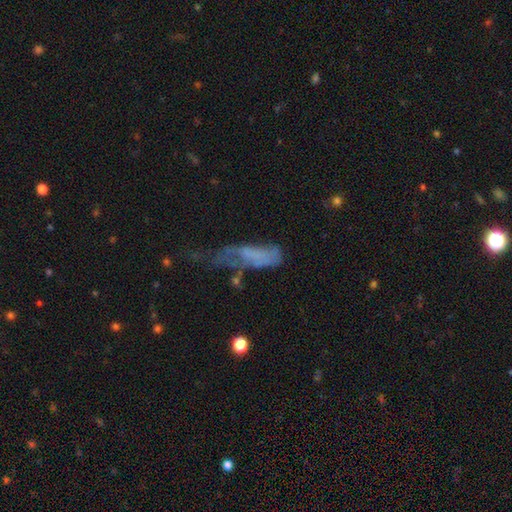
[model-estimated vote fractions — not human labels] smooth 48%, featured or disk 37%, star or artifact 15%. Down the decision tree: merging — major disturbance (50%).